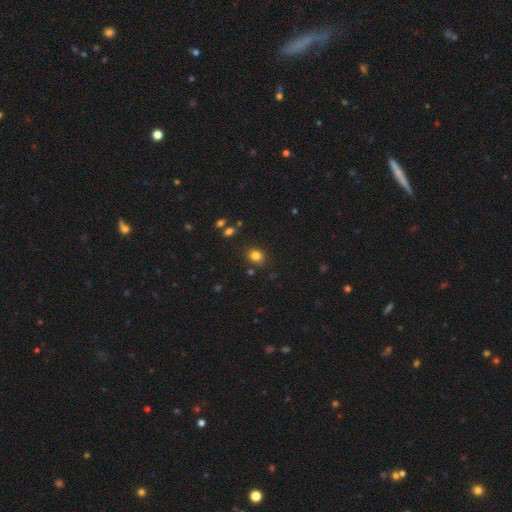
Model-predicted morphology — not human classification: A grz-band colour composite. It shows a smooth galaxy with no disk features (81%) that is round (50%). Merging: none (80%).